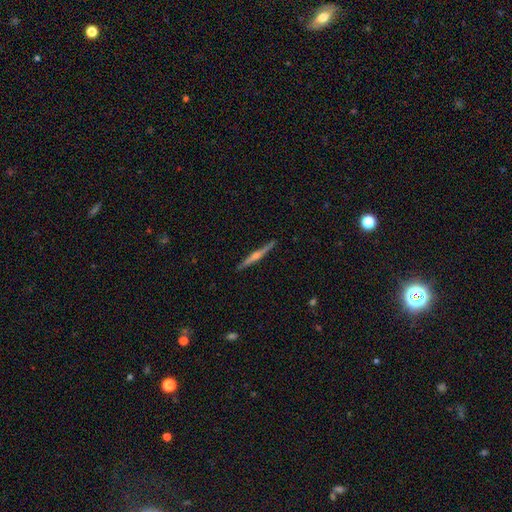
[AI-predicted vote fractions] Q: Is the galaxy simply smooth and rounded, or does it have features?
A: featured or disk — 76%.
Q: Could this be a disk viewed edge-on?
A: yes — 98%.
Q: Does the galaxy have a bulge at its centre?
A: rounded — 80%.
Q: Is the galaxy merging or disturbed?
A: none — 91%.